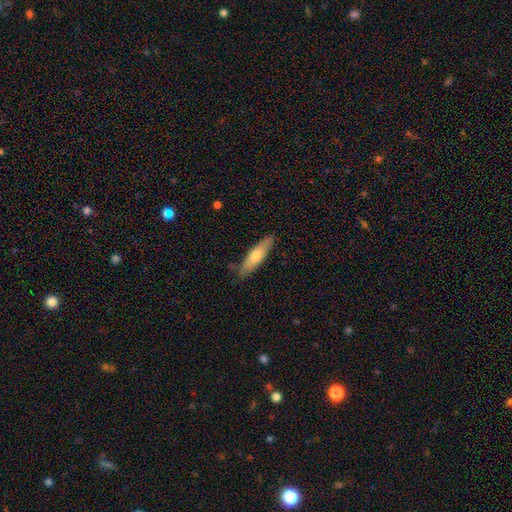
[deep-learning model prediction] Q: Smooth or featured?
A: smooth (61%); runner-up: featured or disk (34%)
Q: How rounded?
A: cigar-shaped (71%); runner-up: in between (28%)
Q: Merging?
A: none (85%); runner-up: minor disturbance (12%)